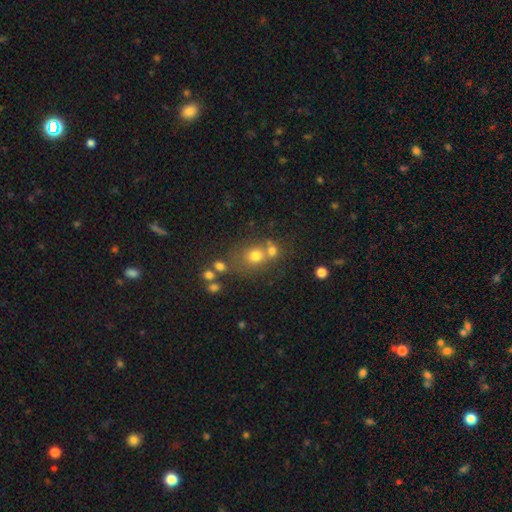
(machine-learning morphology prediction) This is likely a smooth galaxy (69%). How rounded: likely round (75%). Merging: possibly none (49%).